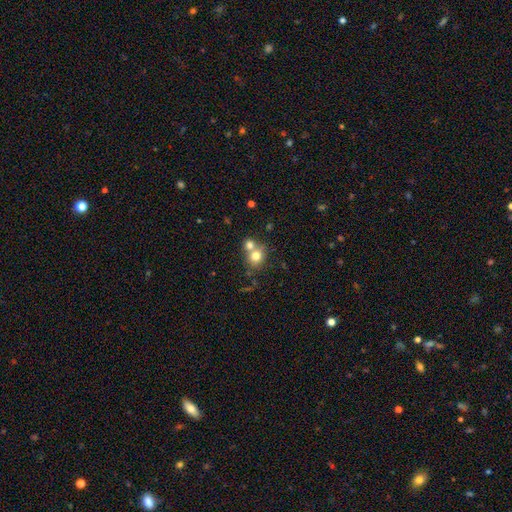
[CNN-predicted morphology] Overall: smooth (75%). How rounded: round (77%). Merging: merger (48%; none 41%).